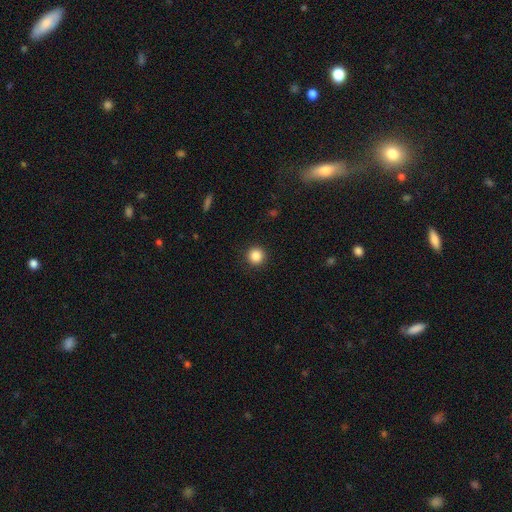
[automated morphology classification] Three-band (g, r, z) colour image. It shows a smooth galaxy with no disk features (86%) that is round (95%). Merging: none (92%).